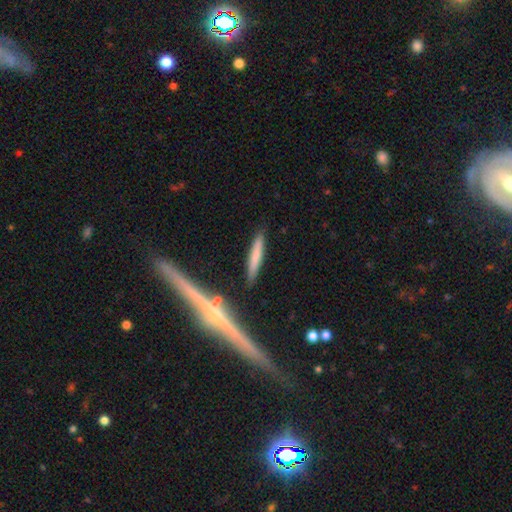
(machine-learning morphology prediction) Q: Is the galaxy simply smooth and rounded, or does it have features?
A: smooth — 64%.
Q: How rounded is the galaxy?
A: cigar-shaped — 92%.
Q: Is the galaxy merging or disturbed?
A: none — 84%.